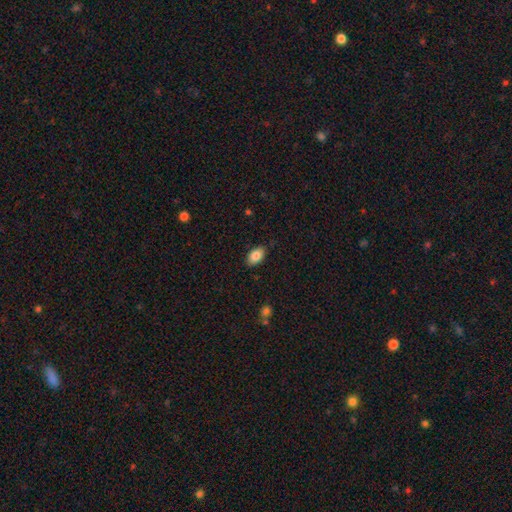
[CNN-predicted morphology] smooth 85%, featured or disk 8%, star or artifact 7%. Down the decision tree: how rounded — in between (91%); merging — none (84%).